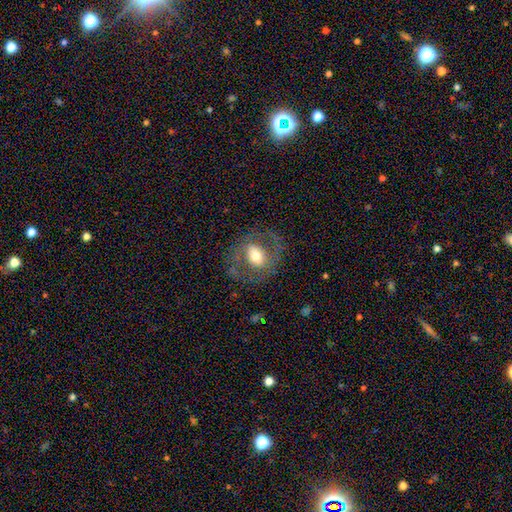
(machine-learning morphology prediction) This is possibly a featured or disk galaxy (53%). It is clearly not viewed edge-on (93%). Merging: likely none (72%).